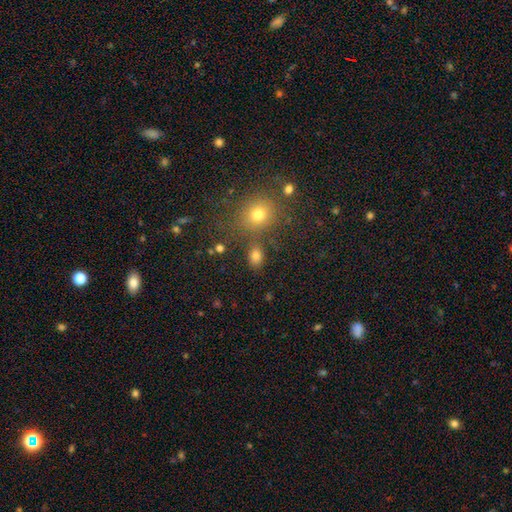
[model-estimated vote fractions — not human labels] Q: Smooth or featured?
A: smooth (78%); runner-up: star or artifact (15%)
Q: How rounded?
A: in between (66%); runner-up: round (33%)
Q: Merging?
A: none (76%); runner-up: minor disturbance (11%)